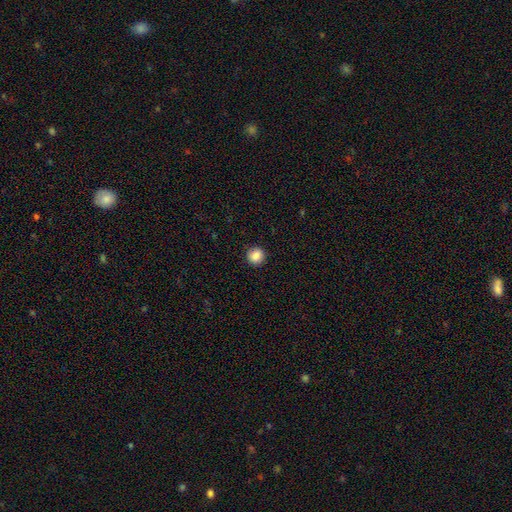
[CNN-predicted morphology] type=smooth (86%); roundness=round (91%); merging=none (89%).